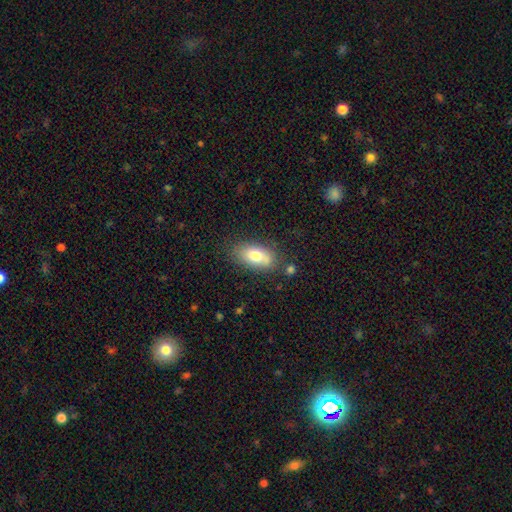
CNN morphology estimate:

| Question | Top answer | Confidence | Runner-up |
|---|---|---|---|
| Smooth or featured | smooth | 74% | featured or disk (18%) |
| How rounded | in between | 90% | round (5%) |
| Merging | none | 71% | minor disturbance (18%) |